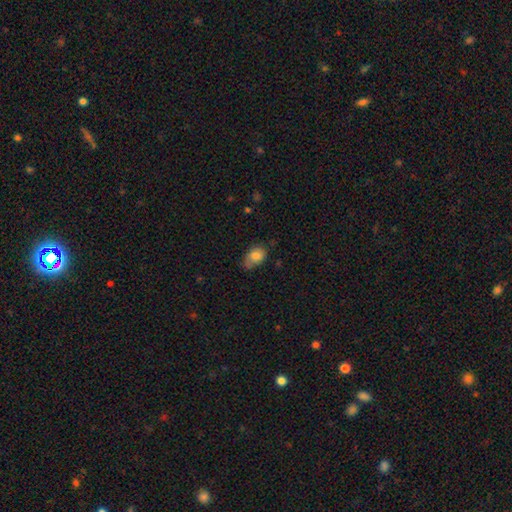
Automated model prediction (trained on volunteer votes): Smooth or featured? smooth (79%)
How rounded? in between (81%)
Merging? none (46%)